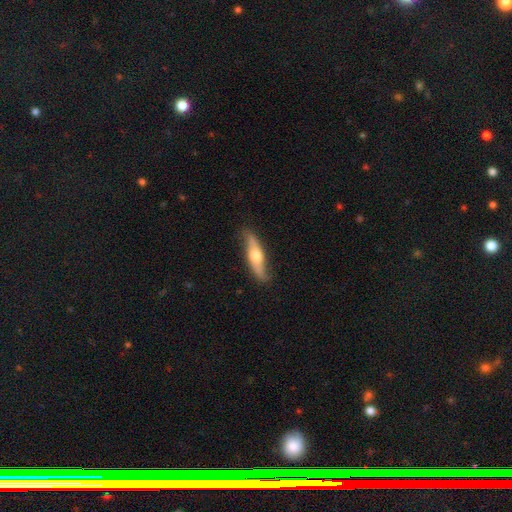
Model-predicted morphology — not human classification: The model was most divided on "smooth or featured": featured or disk: 57%, smooth: 39%, star or artifact: 5%. More confident: merging — none (79%); edge-on disk — yes (62%).